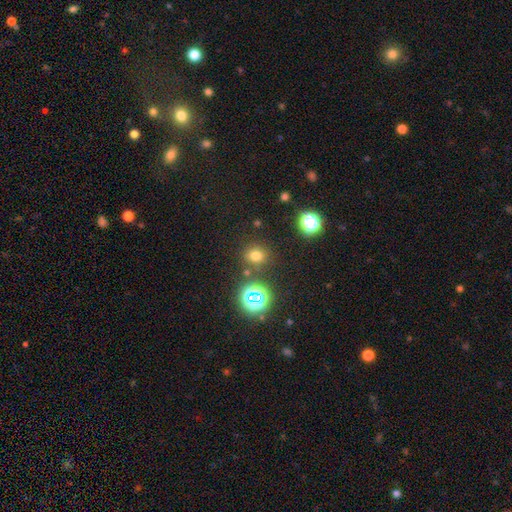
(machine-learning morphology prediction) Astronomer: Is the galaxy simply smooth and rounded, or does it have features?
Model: smooth — 68%.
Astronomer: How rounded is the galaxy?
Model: round — 81%.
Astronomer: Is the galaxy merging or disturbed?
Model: none — 82%.